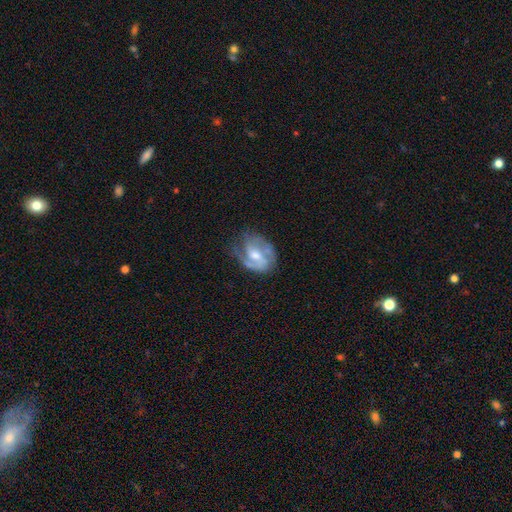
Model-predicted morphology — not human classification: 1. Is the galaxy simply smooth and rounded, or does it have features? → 78% featured or disk, 16% smooth, 6% star or artifact.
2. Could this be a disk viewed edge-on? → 97% no, 3% yes.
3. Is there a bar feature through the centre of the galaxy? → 48% weak, 36% no, 15% strong.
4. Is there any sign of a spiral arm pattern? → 90% yes, 10% no.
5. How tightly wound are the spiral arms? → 45% medium, 34% tight, 20% loose.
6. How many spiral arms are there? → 55% 2, 16% can't tell, 14% 1, 11% 3, 2% 4, 2% more than 4.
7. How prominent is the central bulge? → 60% moderate, 29% small, 6% large, 4% none, 1% dominant.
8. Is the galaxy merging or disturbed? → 57% none, 25% minor disturbance, 16% major disturbance, 2% merger.